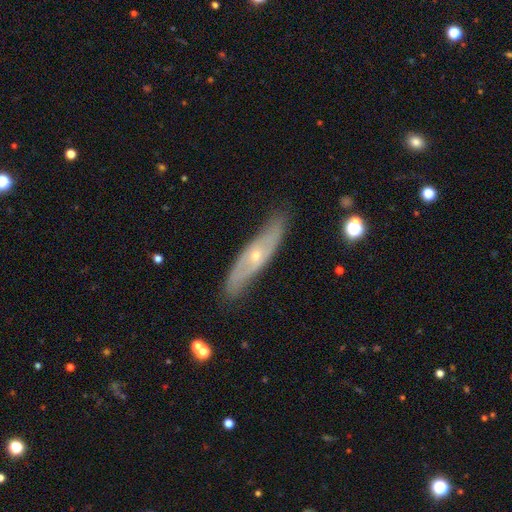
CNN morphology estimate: This appears to be a featured or disk galaxy (67%). Merging: none (79%).